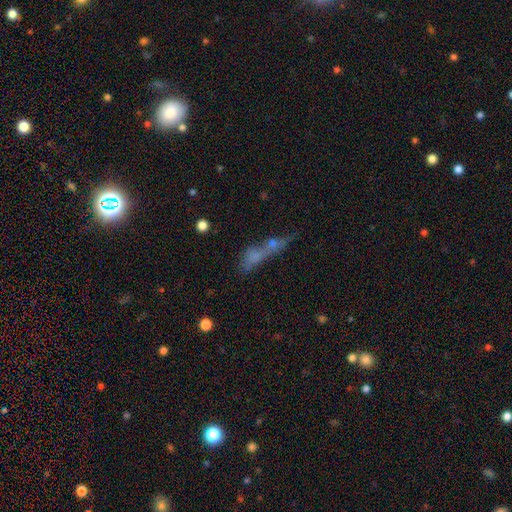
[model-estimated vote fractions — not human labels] Morphology: type=smooth (48%); merging=merger (44%).